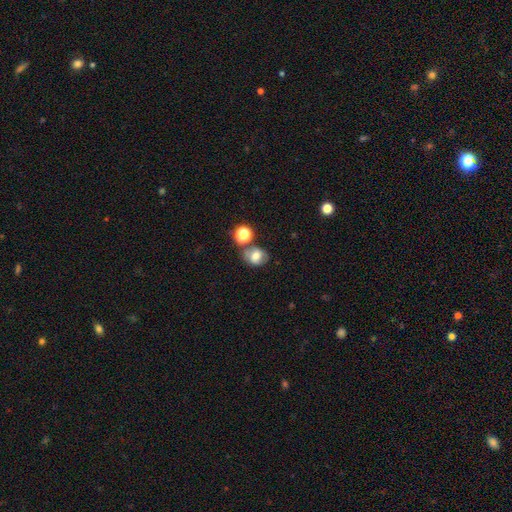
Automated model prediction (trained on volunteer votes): smooth-or-featured: smooth: 66% | featured or disk: 21% | star or artifact: 13%
  how-rounded: round: 53% | in between: 46% | cigar-shaped: 1%
  merging: none: 58% | merger: 20% | minor disturbance: 16% | major disturbance: 6%